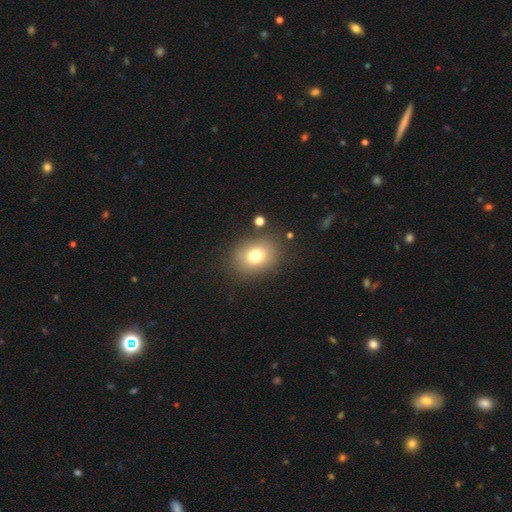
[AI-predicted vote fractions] Smooth or featured: smooth — 76% (featured or disk — 12%)
How rounded: in between — 54% (round — 46%)
Merging: none — 83% (minor disturbance — 10%)